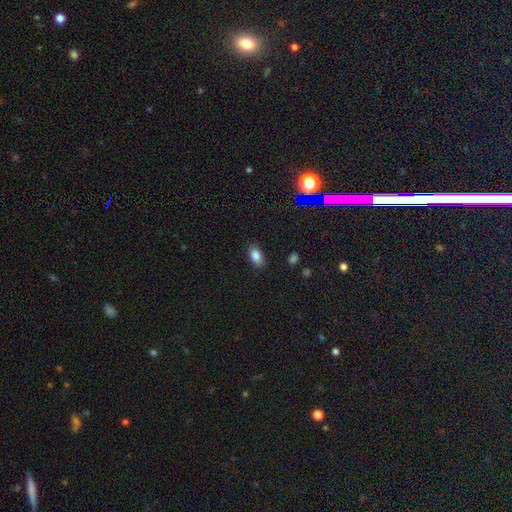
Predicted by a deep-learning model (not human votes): Smooth or featured?
  - smooth: 84% *
  - star or artifact: 11%
  - featured or disk: 6%
How rounded?
  - in between: 91% *
  - round: 6%
  - cigar-shaped: 3%
Merging?
  - none: 85% *
  - minor disturbance: 11%
  - major disturbance: 3%
  - merger: 1%